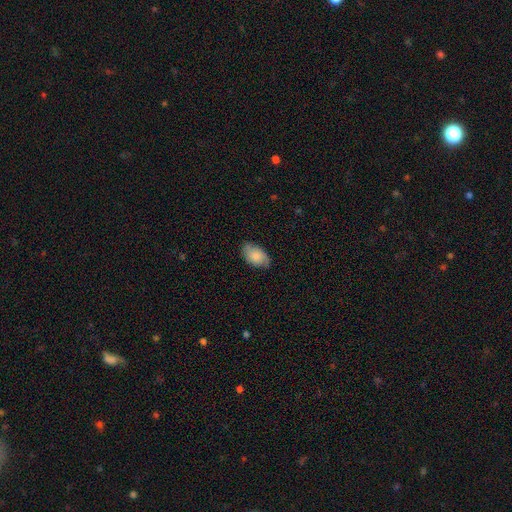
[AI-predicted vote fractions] A smooth galaxy with no disk features (76%) that is in between round and cigar-shaped (93%). Merging: none (74%).